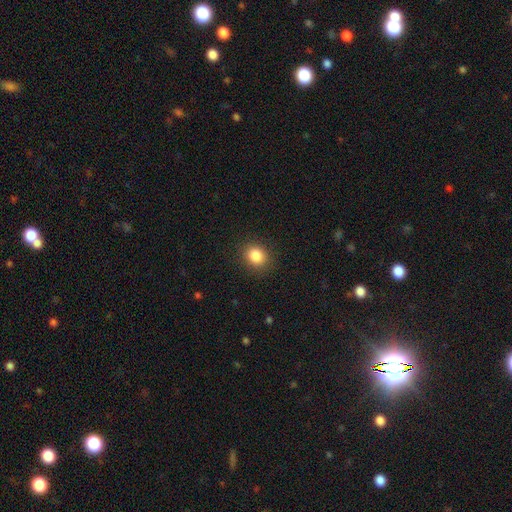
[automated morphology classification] Q: Smooth or featured?
A: smooth (85%); runner-up: star or artifact (10%)
Q: How rounded?
A: round (64%); runner-up: in between (35%)
Q: Merging?
A: none (88%); runner-up: minor disturbance (8%)